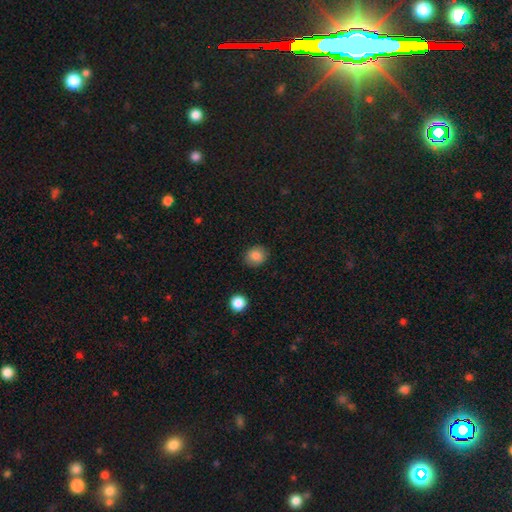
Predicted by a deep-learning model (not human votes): A smooth galaxy with no disk features (85%) that is round (69%).

Vote fractions:
- Smooth or featured? smooth: 85% / star or artifact: 10% / featured or disk: 6%
- How rounded? round: 69% / in between: 30% / cigar-shaped: 1%
- Merging? none: 87% / minor disturbance: 9% / major disturbance: 2% / merger: 1%